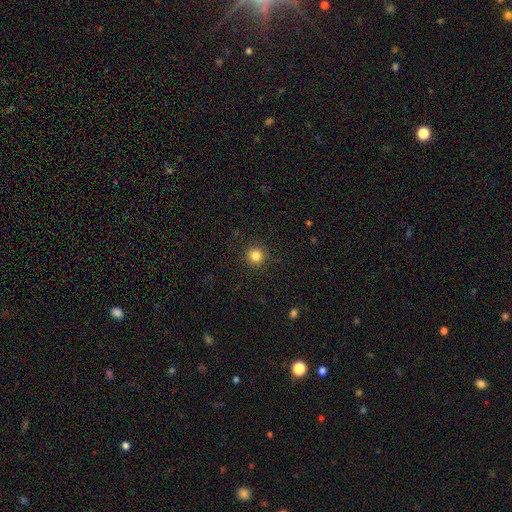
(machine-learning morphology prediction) Q: Smooth or featured?
A: smooth (84%); runner-up: star or artifact (12%)
Q: How rounded?
A: round (93%); runner-up: in between (6%)
Q: Merging?
A: none (90%); runner-up: minor disturbance (6%)